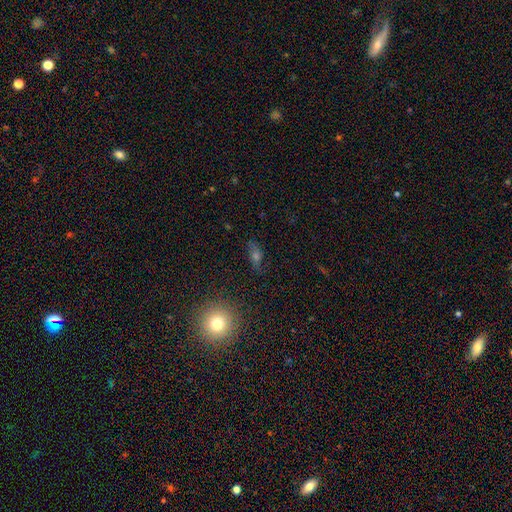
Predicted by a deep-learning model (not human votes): Smooth or featured? Predicted: featured or disk (p=0.39). Merging? Predicted: none (p=0.79).